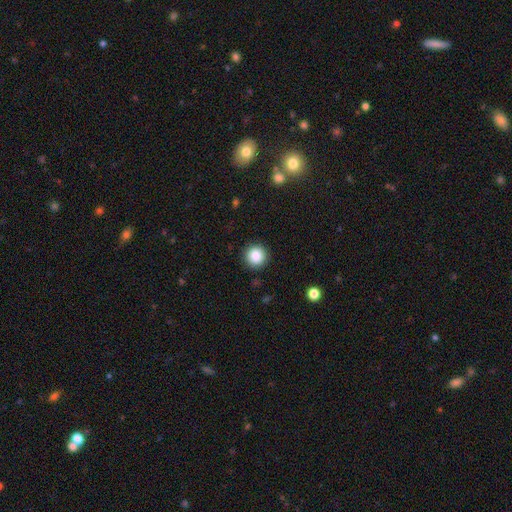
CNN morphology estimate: Smooth or featured? Predicted: smooth (p=0.87). How rounded? Predicted: round (p=0.94). Merging? Predicted: none (p=0.91).